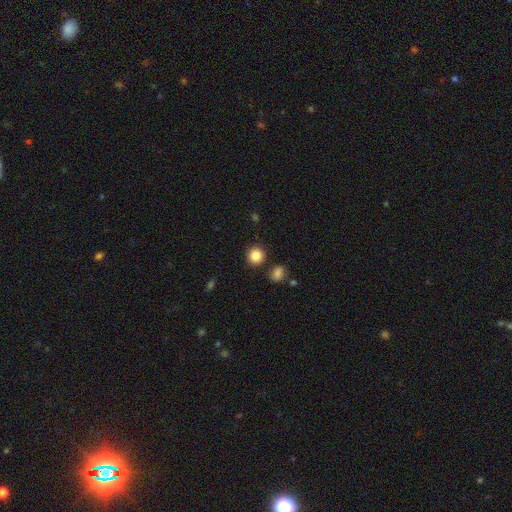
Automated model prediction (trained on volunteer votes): Smooth or featured?
  - smooth: 86% *
  - star or artifact: 10%
  - featured or disk: 4%
How rounded?
  - round: 91% *
  - in between: 8%
  - cigar-shaped: 1%
Merging?
  - none: 86% *
  - minor disturbance: 7%
  - merger: 5%
  - major disturbance: 2%